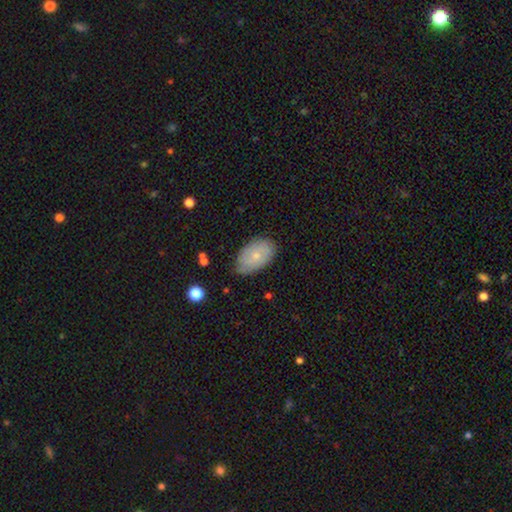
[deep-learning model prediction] A smooth galaxy with no disk features (63%) that is in between round and cigar-shaped (91%).

Vote fractions:
- Smooth or featured? smooth: 63% / featured or disk: 30% / star or artifact: 7%
- How rounded? in between: 91% / round: 8% / cigar-shaped: 1%
- Merging? none: 75% / minor disturbance: 20% / major disturbance: 4% / merger: 1%